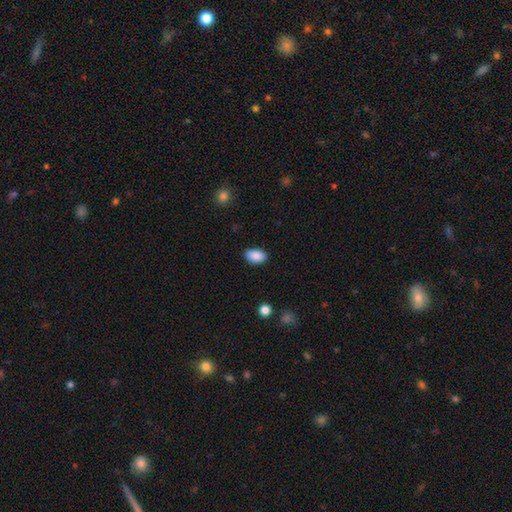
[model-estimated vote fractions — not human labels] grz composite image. It shows a smooth galaxy with no disk features (89%) that is in between round and cigar-shaped (91%). Merging: none (86%).